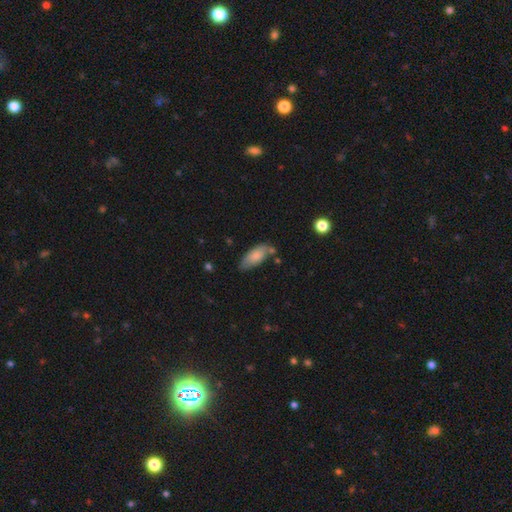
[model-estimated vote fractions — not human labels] Smooth or featured? Predicted: smooth (p=0.78). How rounded? Predicted: in between (p=0.85). Merging? Predicted: none (p=0.62).